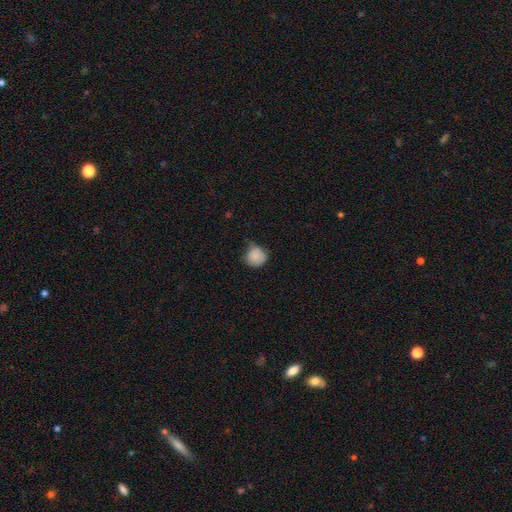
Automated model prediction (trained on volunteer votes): This appears to be a smooth galaxy with no disk features (85%) that is round (85%). Merging: none (50%).